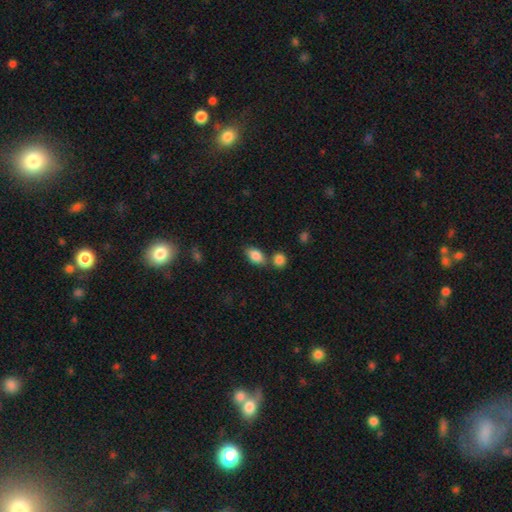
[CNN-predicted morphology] type=smooth (86%); roundness=in between (88%); merging=none (64%).